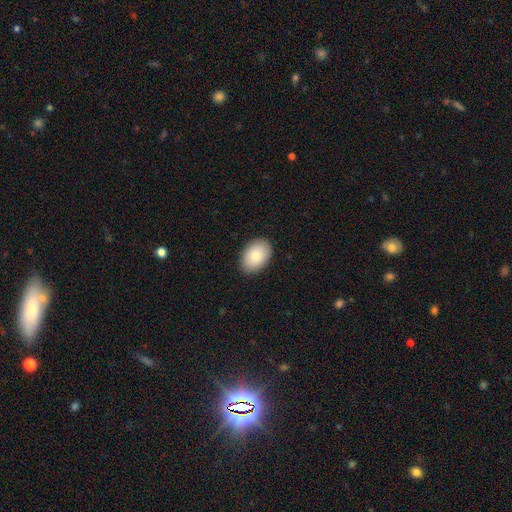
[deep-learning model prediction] This is clearly a smooth galaxy (83%). How rounded: clearly in between (86%). Merging: clearly none (89%).